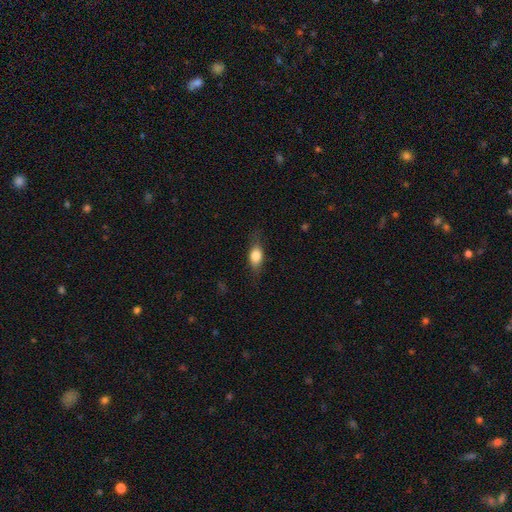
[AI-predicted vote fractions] Overall: smooth (75%). How rounded: in between (76%). Merging: none (74%).